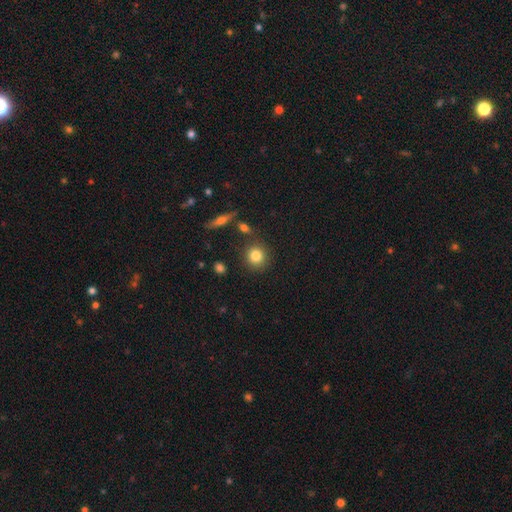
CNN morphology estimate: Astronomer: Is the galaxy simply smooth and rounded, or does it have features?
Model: smooth — 82%.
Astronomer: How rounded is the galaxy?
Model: round — 89%.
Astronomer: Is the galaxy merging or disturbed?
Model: none — 83%.